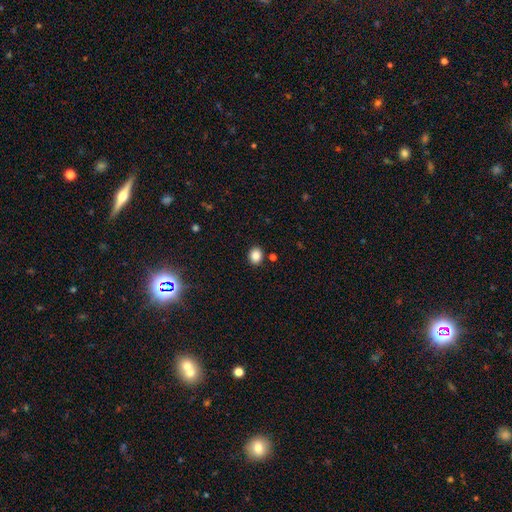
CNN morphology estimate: Smooth or featured? Predicted: smooth (p=0.86). How rounded? Predicted: round (p=0.62). Merging? Predicted: none (p=0.87).